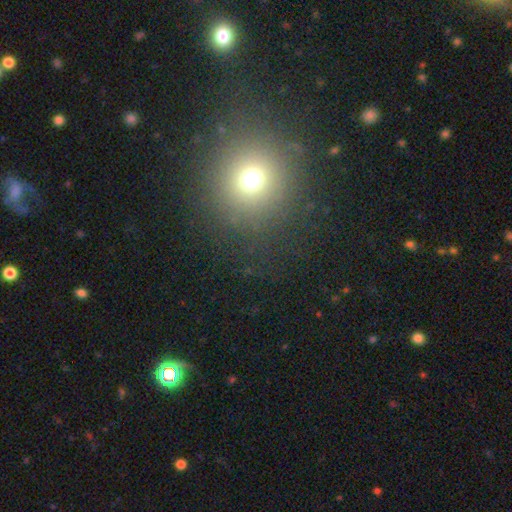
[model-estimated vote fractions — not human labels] Overall: smooth (58%; star or artifact 33%). How rounded: round (91%). Merging: none (88%).